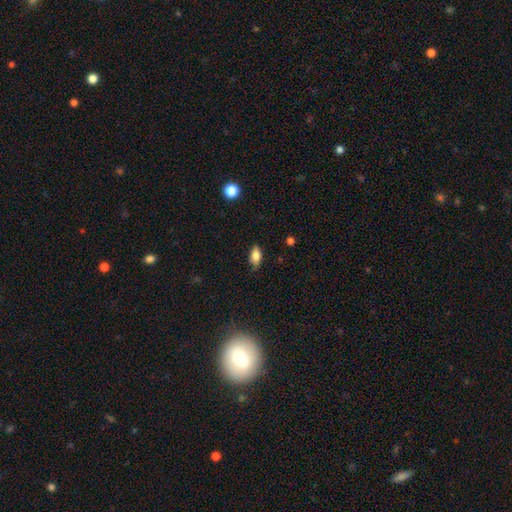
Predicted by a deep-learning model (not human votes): smooth-or-featured: smooth: 81% | featured or disk: 11% | star or artifact: 8%
  how-rounded: in between: 87% | cigar-shaped: 7% | round: 6%
  merging: none: 76% | minor disturbance: 20% | major disturbance: 3% | merger: 1%